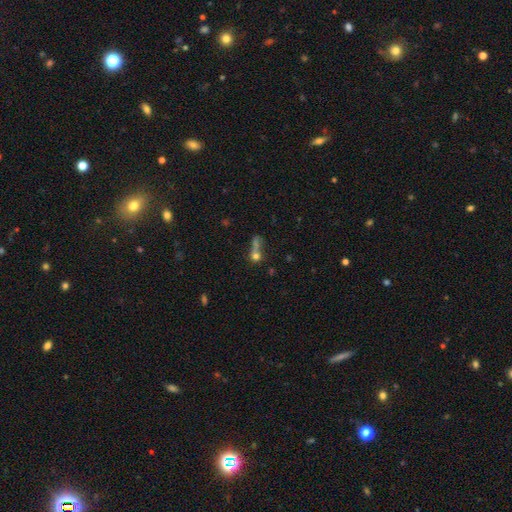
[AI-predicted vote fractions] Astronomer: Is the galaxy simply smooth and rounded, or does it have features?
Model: smooth — 51% (runner-up: star or artifact, 30%).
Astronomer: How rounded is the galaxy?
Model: round — 63%.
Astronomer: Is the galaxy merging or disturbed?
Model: merger — 41% (runner-up: none, 40%).